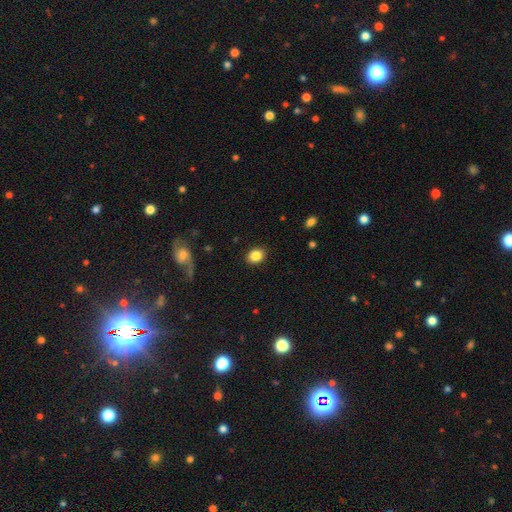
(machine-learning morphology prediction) This appears to be a smooth galaxy with no disk features (85%) that is round (51%). Merging: none (89%).